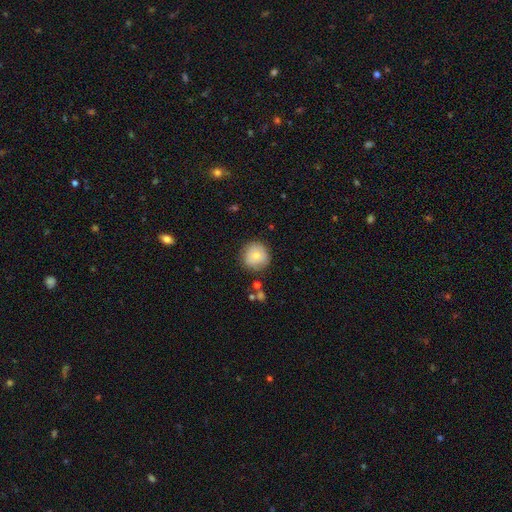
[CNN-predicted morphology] This appears to be a smooth galaxy with no disk features (75%) that is round (94%). Merging: none (81%).